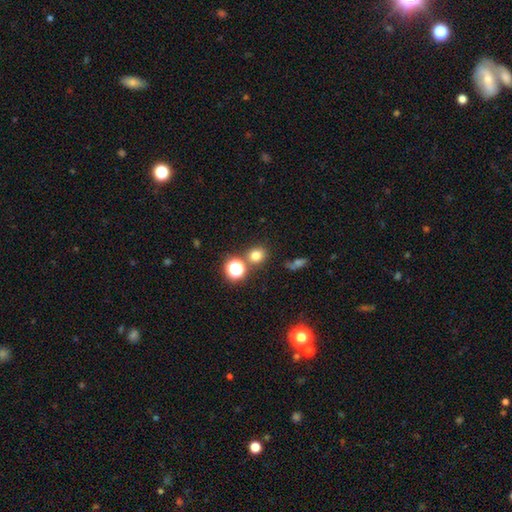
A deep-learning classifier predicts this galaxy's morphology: Smooth or featured? smooth (72%)
How rounded? round (81%)
Merging? none (75%)